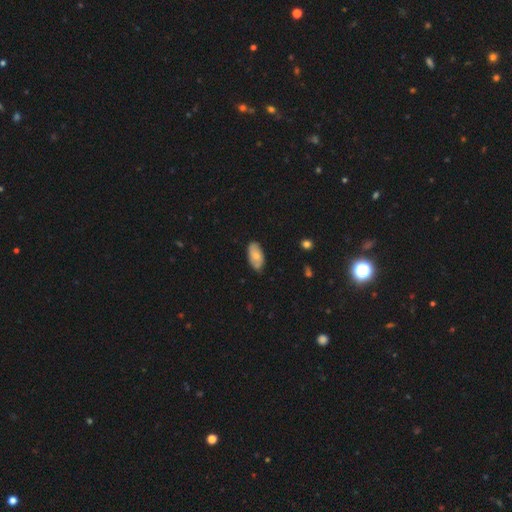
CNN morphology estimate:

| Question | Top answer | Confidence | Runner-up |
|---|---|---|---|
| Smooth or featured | smooth | 65% | featured or disk (29%) |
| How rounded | in between | 93% | cigar-shaped (3%) |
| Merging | none | 81% | minor disturbance (16%) |